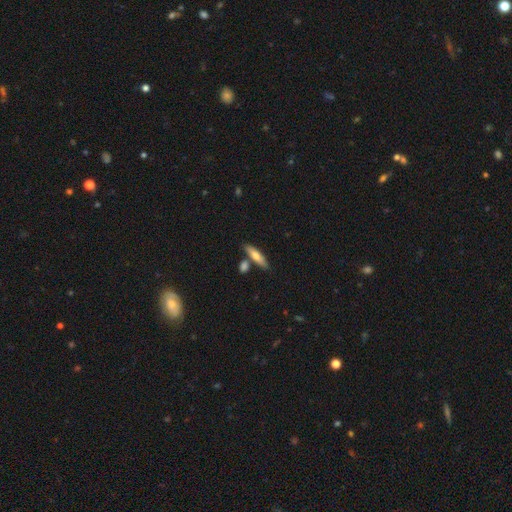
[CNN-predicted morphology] Smooth or featured?
  - smooth: 67% *
  - featured or disk: 27%
  - star or artifact: 6%
How rounded?
  - cigar-shaped: 69% *
  - in between: 28%
  - round: 2%
Merging?
  - none: 71% *
  - merger: 15%
  - minor disturbance: 11%
  - major disturbance: 3%